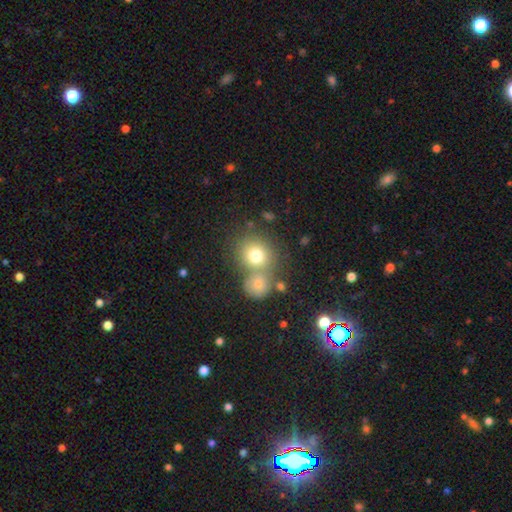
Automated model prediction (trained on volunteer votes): This appears to be a smooth galaxy with no disk features (75%) that is round (85%). Merging: none (51%).